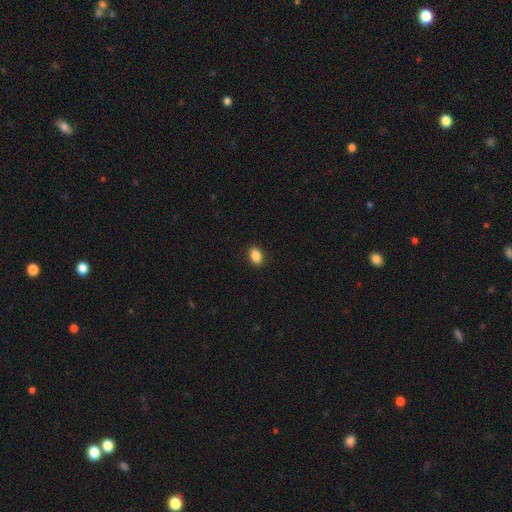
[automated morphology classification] smooth-or-featured: smooth: 88% | star or artifact: 9% | featured or disk: 3%
  how-rounded: in between: 79% | round: 20% | cigar-shaped: 1%
  merging: none: 90% | minor disturbance: 7% | major disturbance: 2% | merger: 1%